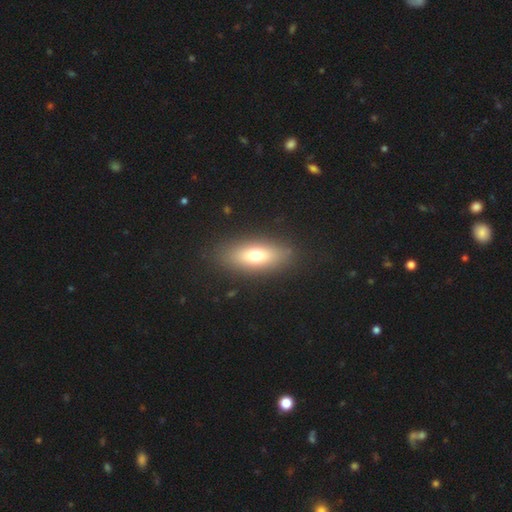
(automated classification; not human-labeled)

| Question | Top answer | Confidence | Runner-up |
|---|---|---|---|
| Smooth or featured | smooth | 69% | featured or disk (22%) |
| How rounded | in between | 73% | cigar-shaped (22%) |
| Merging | none | 86% | minor disturbance (9%) |